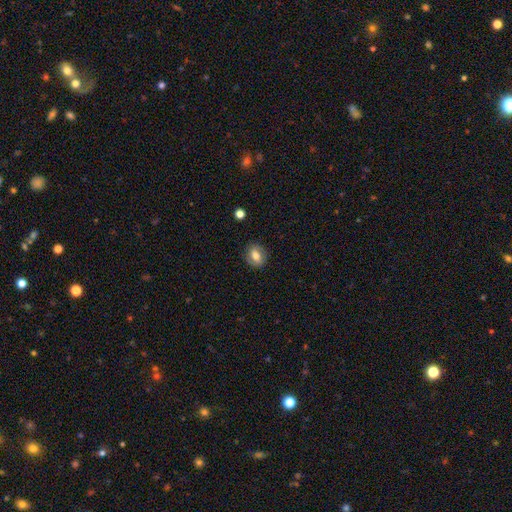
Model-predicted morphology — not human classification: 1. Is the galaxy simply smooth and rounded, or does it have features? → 69% smooth, 22% featured or disk, 9% star or artifact.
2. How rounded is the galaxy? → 55% round, 44% in between, 1% cigar-shaped.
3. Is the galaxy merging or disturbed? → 86% none, 10% minor disturbance, 3% major disturbance, 1% merger.